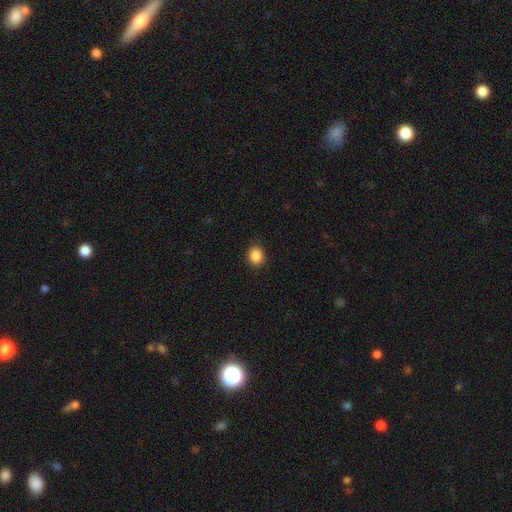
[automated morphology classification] Overall: smooth (88%). How rounded: round (69%; in between 30%). Merging: none (88%).